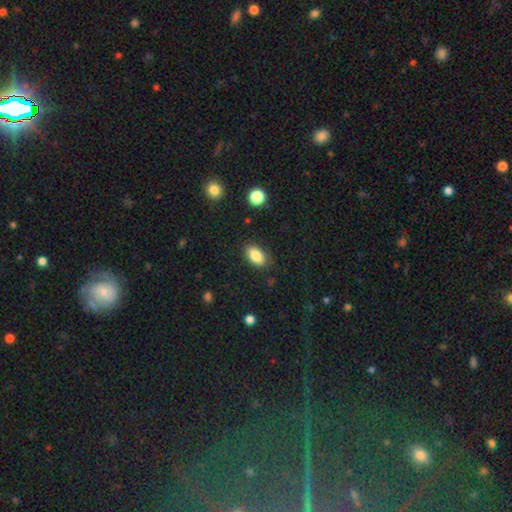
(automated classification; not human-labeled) A smooth galaxy with no disk features (86%) that is in between round and cigar-shaped (92%). Merging: none (85%).